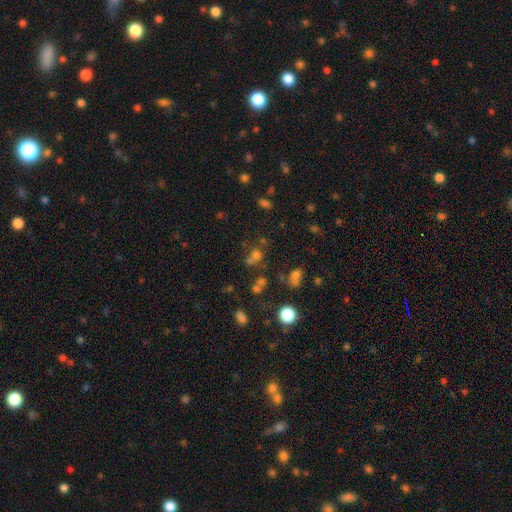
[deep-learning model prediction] Smooth or featured? Predicted: smooth (p=0.59). How rounded? Predicted: round (p=0.76). Merging? Predicted: none (p=0.50).